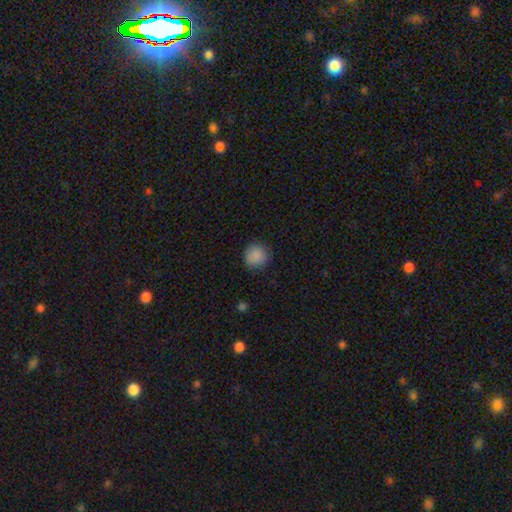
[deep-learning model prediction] Overall: smooth (88%). How rounded: round (92%). Merging: none (87%).